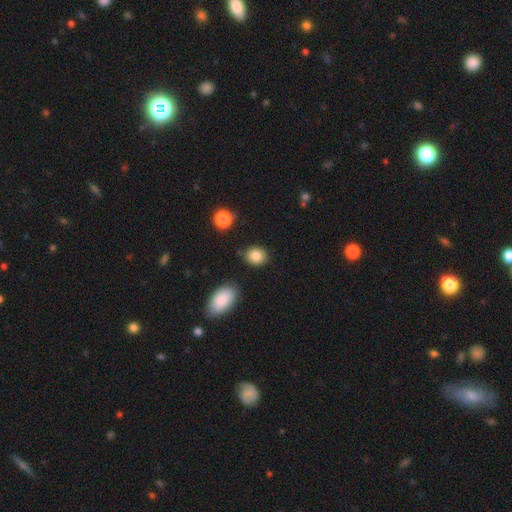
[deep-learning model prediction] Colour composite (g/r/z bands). It shows a smooth galaxy with no disk features (85%) that is round (56%). Merging: none (84%).